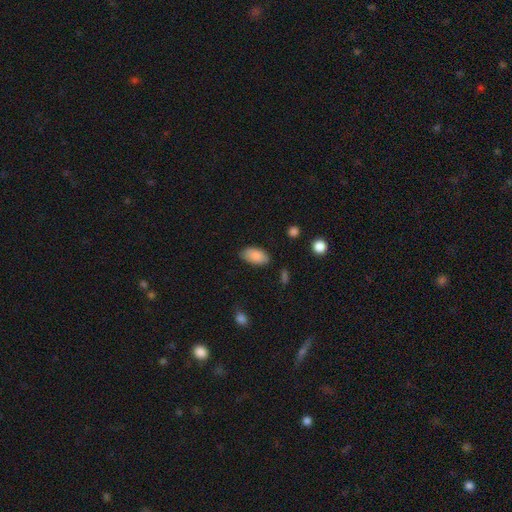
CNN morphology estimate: Smooth or featured?
  - smooth: 87% *
  - star or artifact: 7%
  - featured or disk: 6%
How rounded?
  - in between: 94% *
  - cigar-shaped: 3%
  - round: 3%
Merging?
  - none: 80% *
  - minor disturbance: 15%
  - major disturbance: 3%
  - merger: 2%